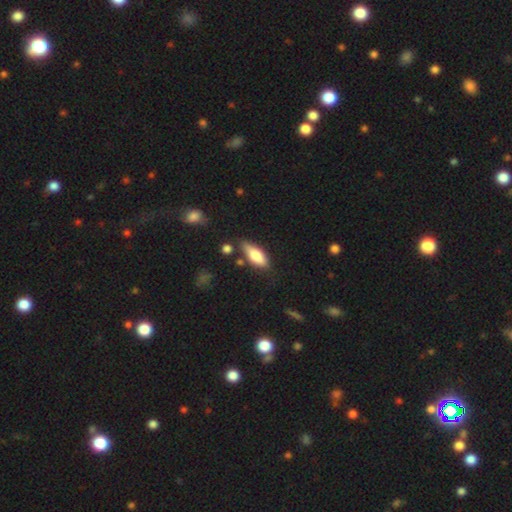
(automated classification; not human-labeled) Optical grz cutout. It shows a smooth galaxy with no disk features (78%) that is in between round and cigar-shaped (75%). Merging: none (65%).